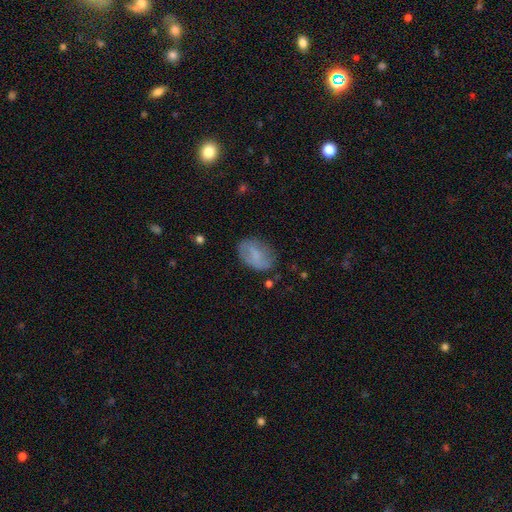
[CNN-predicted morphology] type=smooth (62%); roundness=in between (85%); merging=none (70%).